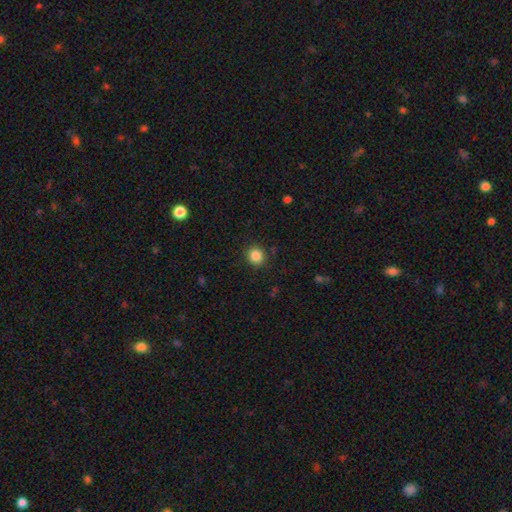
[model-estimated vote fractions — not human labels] A smooth galaxy with no disk features (86%) that is round (87%). Merging: none (89%).